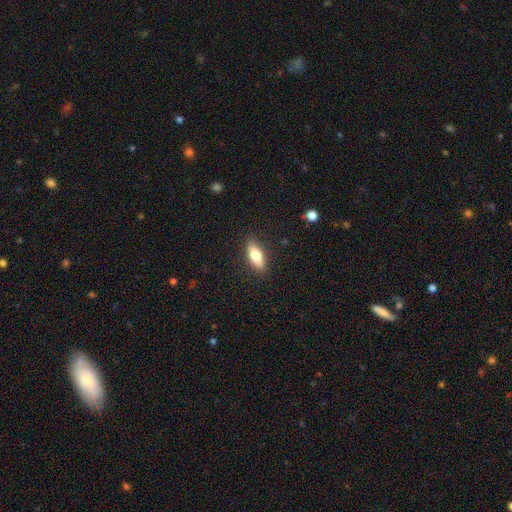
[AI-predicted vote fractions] Smooth or featured? Predicted: smooth (p=0.71). How rounded? Predicted: in between (p=0.63). Merging? Predicted: none (p=0.88).